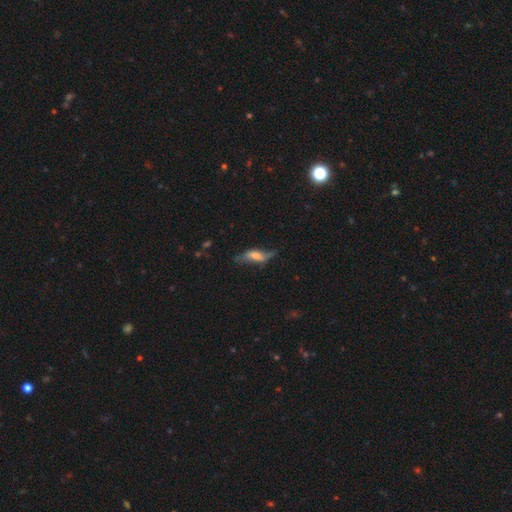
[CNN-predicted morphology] Smooth or featured?
  - featured or disk: 46% * (tied)
  - smooth: 46% * (tied)
  - star or artifact: 8%
Merging?
  - none: 49% *
  - minor disturbance: 30%
  - major disturbance: 18%
  - merger: 3%